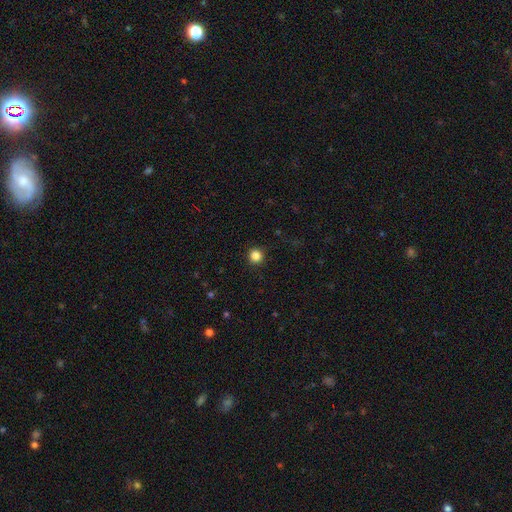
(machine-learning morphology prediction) Smooth or featured: smooth — 86% (star or artifact — 11%)
How rounded: round — 95% (in between — 4%)
Merging: none — 92% (minor disturbance — 5%)